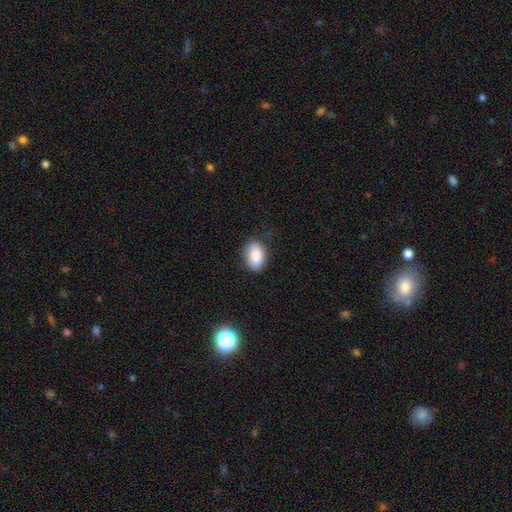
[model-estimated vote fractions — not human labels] The model was most divided on "merging": none: 80%, minor disturbance: 15%, major disturbance: 3%, merger: 1%. More confident: smooth or featured — smooth (87%); how rounded — in between (86%).